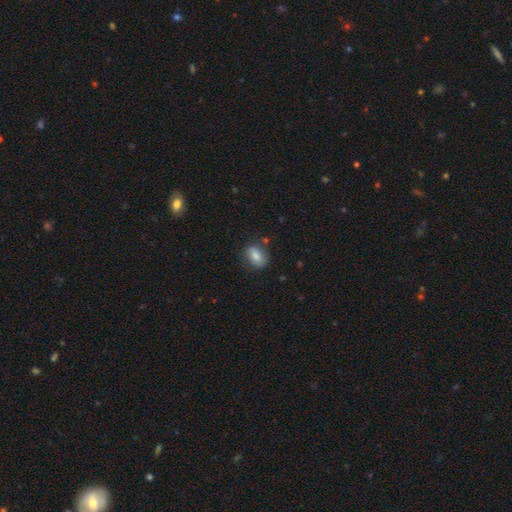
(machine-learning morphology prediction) Smooth or featured?
  - smooth: 73% *
  - featured or disk: 19%
  - star or artifact: 8%
How rounded?
  - in between: 75% *
  - round: 23%
  - cigar-shaped: 3%
Merging?
  - none: 71% *
  - minor disturbance: 19%
  - major disturbance: 6%
  - merger: 4%